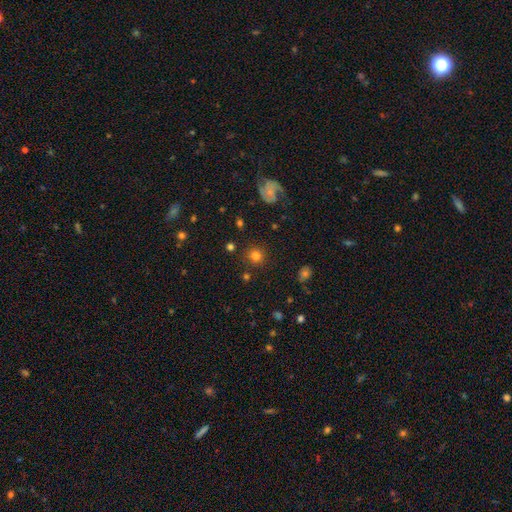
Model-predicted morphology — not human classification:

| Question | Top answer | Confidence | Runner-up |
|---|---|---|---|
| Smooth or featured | smooth | 77% | star or artifact (14%) |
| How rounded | round | 91% | in between (8%) |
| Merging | none | 86% | minor disturbance (7%) |